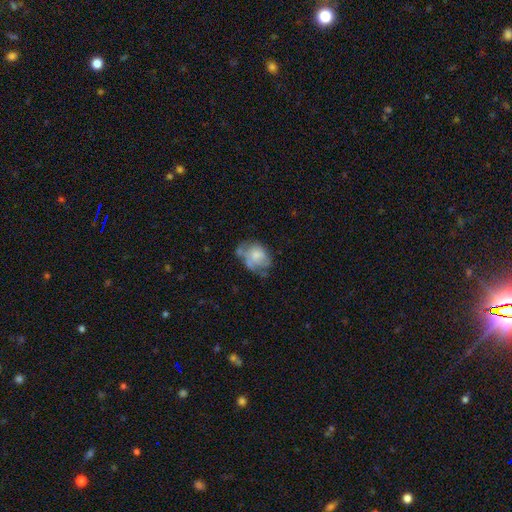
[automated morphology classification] type=featured or disk (46%, tied with smooth); merging=none (35%).